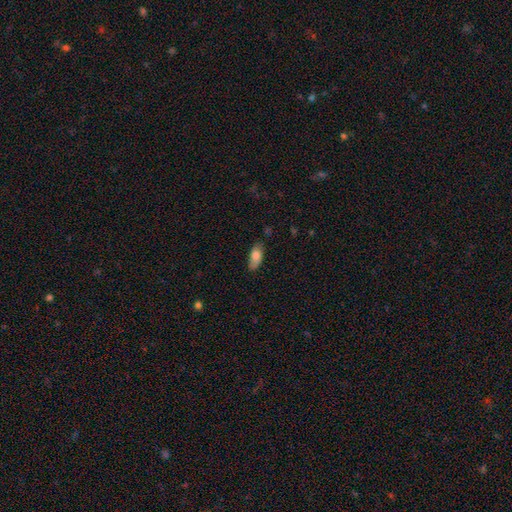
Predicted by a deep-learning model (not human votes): smooth 78%, featured or disk 15%, star or artifact 7%. Down the decision tree: how rounded — in between (84%); merging — none (71%).